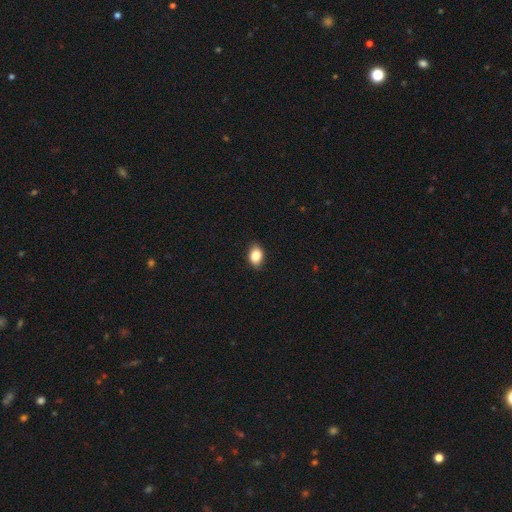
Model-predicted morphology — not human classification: A smooth galaxy with no disk features (85%) that is in between round and cigar-shaped (78%).

Vote fractions:
- Smooth or featured? smooth: 85% / star or artifact: 9% / featured or disk: 6%
- How rounded? in between: 78% / round: 20% / cigar-shaped: 1%
- Merging? none: 88% / minor disturbance: 10% / major disturbance: 2% / merger: 1%